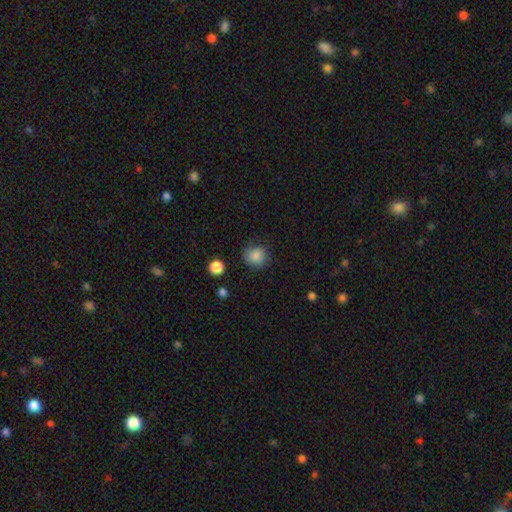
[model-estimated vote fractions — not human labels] A smooth galaxy with no disk features (86%) that is round (87%). Merging: none (83%).